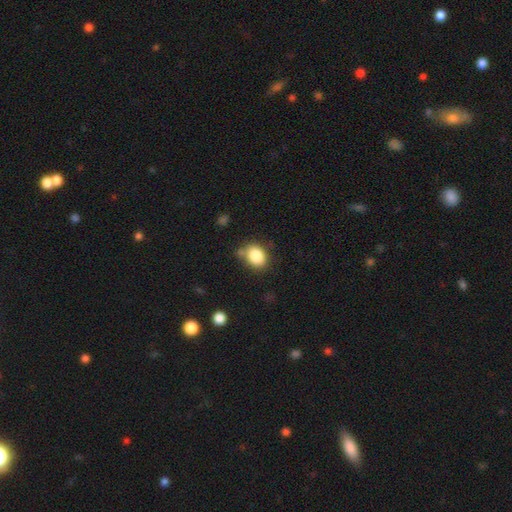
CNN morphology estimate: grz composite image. It shows a smooth galaxy with no disk features (85%) that is in between round and cigar-shaped (59%). Merging: none (66%).